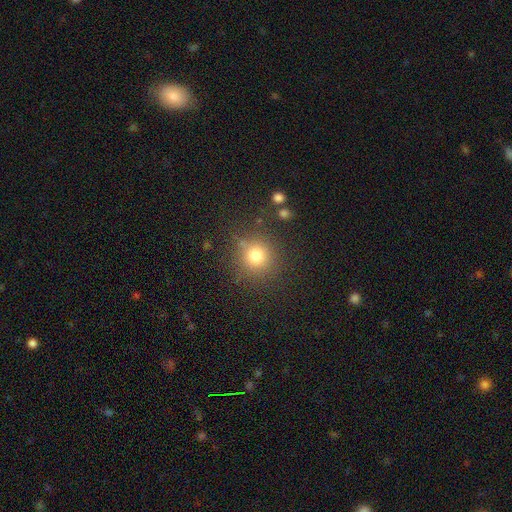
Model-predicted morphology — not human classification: smooth_or_featured: smooth (p=0.77) [alt: star or artifact p=0.15]
how_rounded: round (p=0.92) [alt: in between p=0.07]
merging: none (p=0.83) [alt: minor disturbance p=0.10]